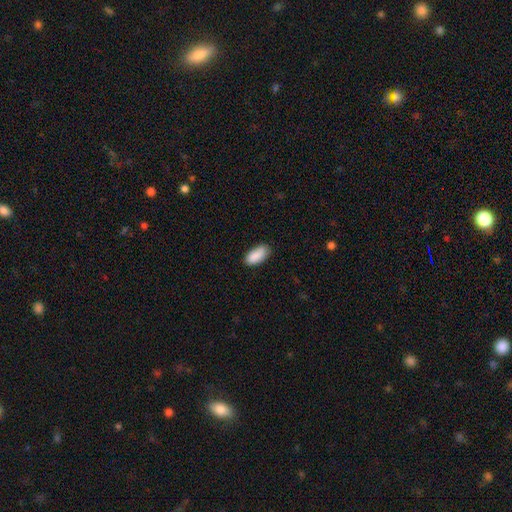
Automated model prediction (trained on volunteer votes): Overall: smooth (89%). How rounded: in between (88%). Merging: none (75%).